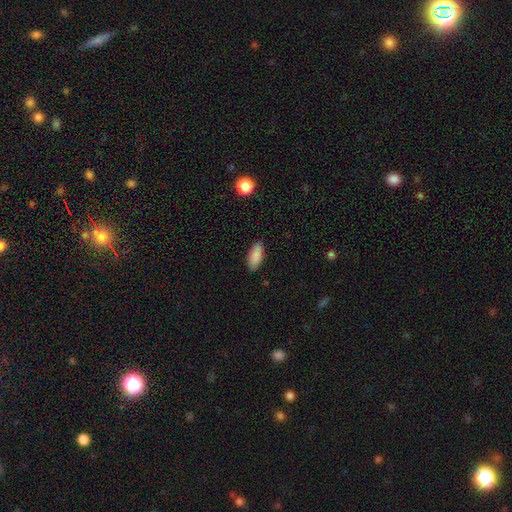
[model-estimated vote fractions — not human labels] smooth-or-featured: smooth: 88% | star or artifact: 6% | featured or disk: 5%
  how-rounded: in between: 83% | cigar-shaped: 16% | round: 2%
  merging: none: 87% | minor disturbance: 10% | major disturbance: 2% | merger: 1%